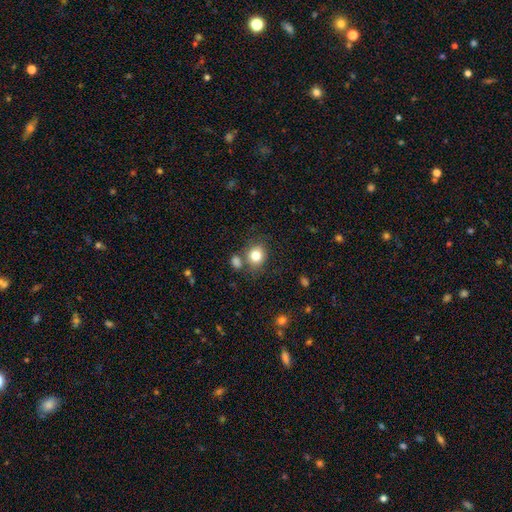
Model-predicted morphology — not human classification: Overall: smooth (81%). How rounded: round (67%; in between 32%). Merging: none (67%).